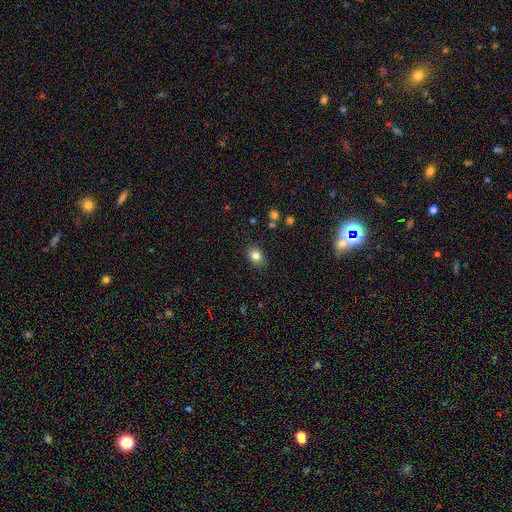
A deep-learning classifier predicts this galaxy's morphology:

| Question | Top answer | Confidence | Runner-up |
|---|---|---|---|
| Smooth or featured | smooth | 83% | star or artifact (10%) |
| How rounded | in between | 70% | round (29%) |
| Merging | none | 86% | minor disturbance (10%) |